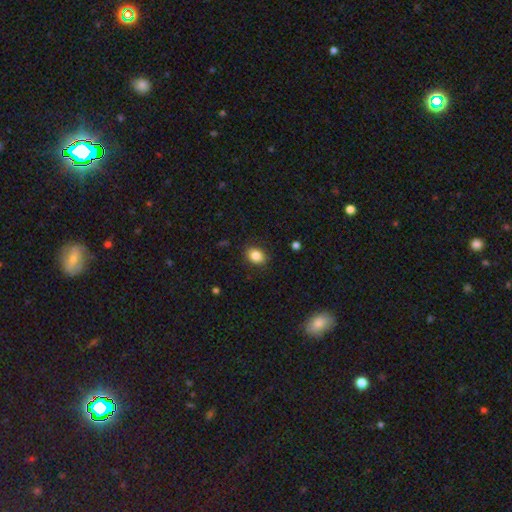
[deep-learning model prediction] This appears to be a smooth galaxy with no disk features (85%) that is in between round and cigar-shaped (65%). Merging: none (86%).